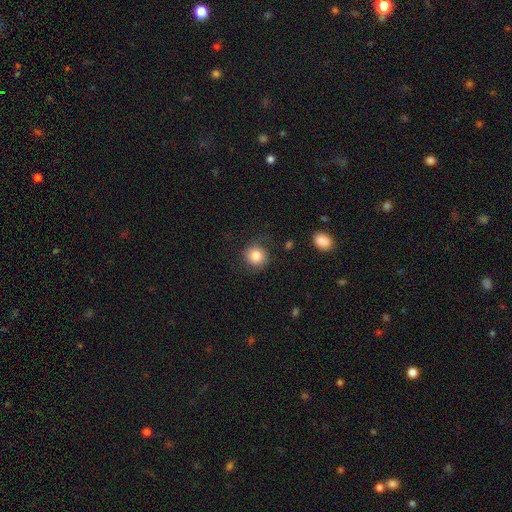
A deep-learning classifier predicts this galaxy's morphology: This appears to be a smooth galaxy with no disk features (80%) that is round (88%). Merging: none (74%).